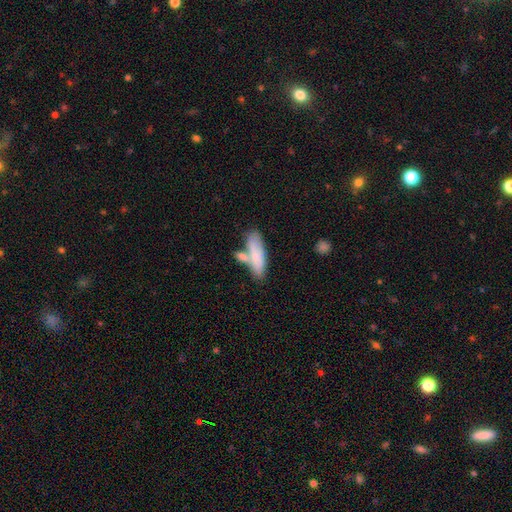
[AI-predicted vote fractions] Overall: smooth (74%). How rounded: in between (53%; cigar-shaped 45%). Merging: none (46%; merger 32%).